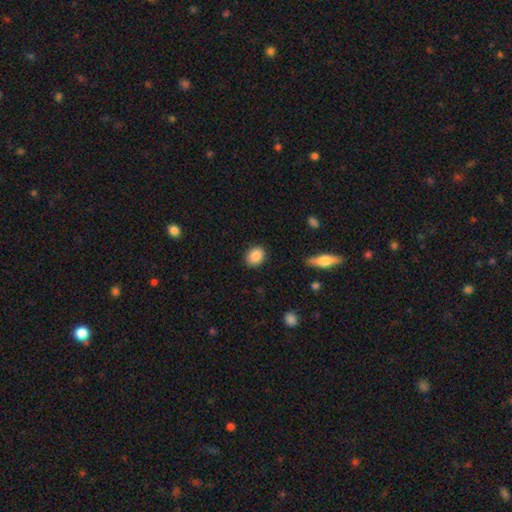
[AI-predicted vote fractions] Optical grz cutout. It shows a smooth galaxy with no disk features (87%) that is round (50%). Merging: none (87%).